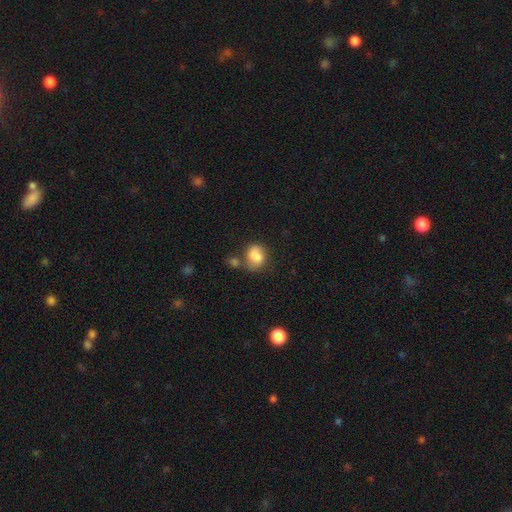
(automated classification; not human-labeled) Smooth or featured: smooth — 80% (featured or disk — 11%)
How rounded: in between — 55% (round — 44%)
Merging: none — 42% (merger — 25%)